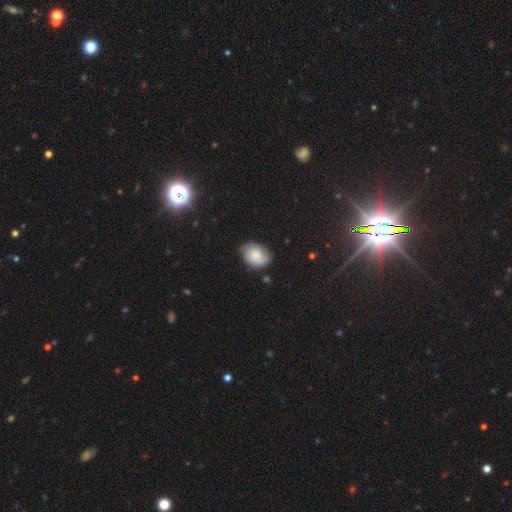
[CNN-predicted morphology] Overall: smooth (57%; featured or disk 35%). How rounded: in between (67%; round 32%). Merging: none (71%).